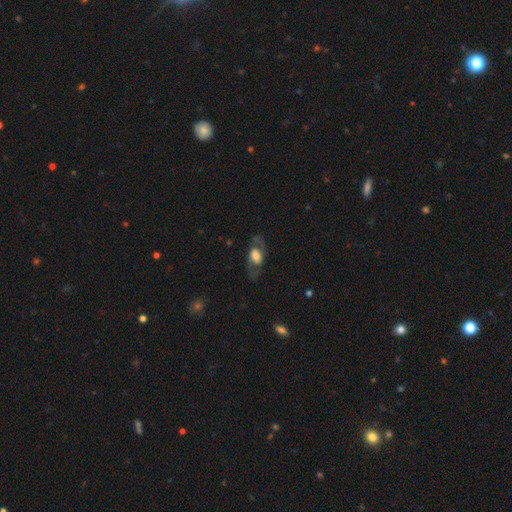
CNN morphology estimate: Q: Smooth or featured?
A: featured or disk (53%); runner-up: smooth (40%)
Q: Edge-on disk?
A: no (81%); runner-up: yes (19%)
Q: Merging?
A: none (67%); runner-up: minor disturbance (16%)